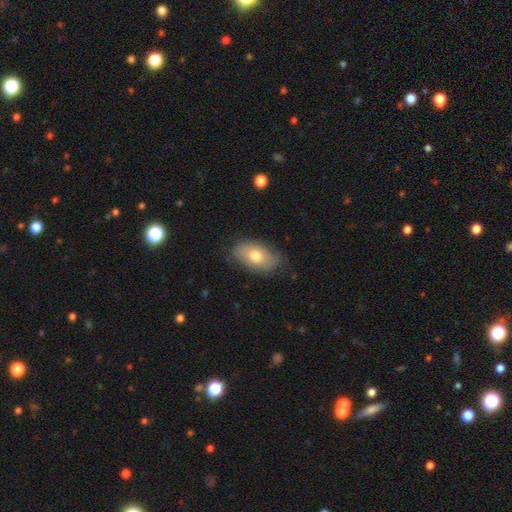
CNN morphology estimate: smooth 70%, featured or disk 23%, star or artifact 7%. Down the decision tree: how rounded — in between (92%); merging — none (77%).